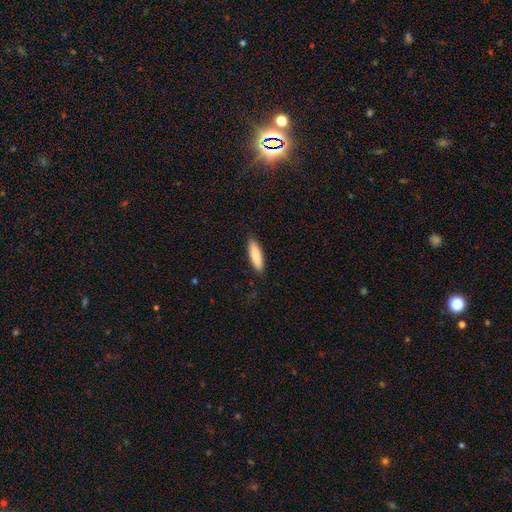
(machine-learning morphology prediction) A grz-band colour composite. It shows a smooth galaxy with no disk features (85%) that is cigar-shaped (62%). Merging: none (89%).